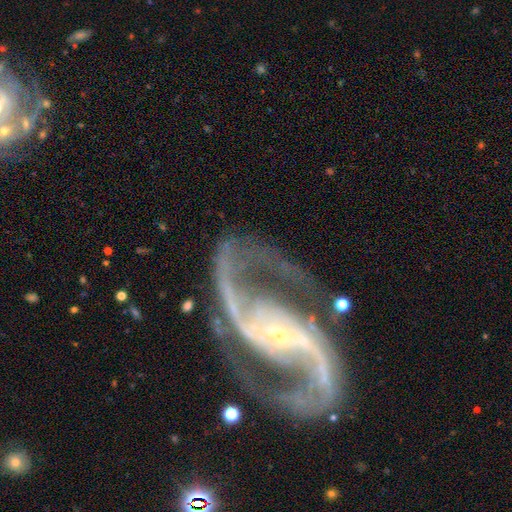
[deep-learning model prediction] Smooth or featured? featured or disk (94%)
Edge-on disk? no (98%)
Bar? strong (45%)
Spiral arms? yes (98%)
Spiral winding? medium (48%)
Spiral arm count? 2 (94%)
Bulge size? small (83%)
Merging? none (70%)